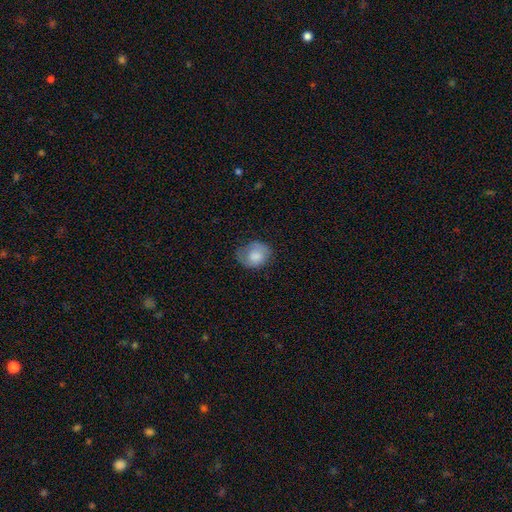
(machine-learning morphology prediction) A smooth galaxy with no disk features (76%) that is round (52%). Merging: none (58%).